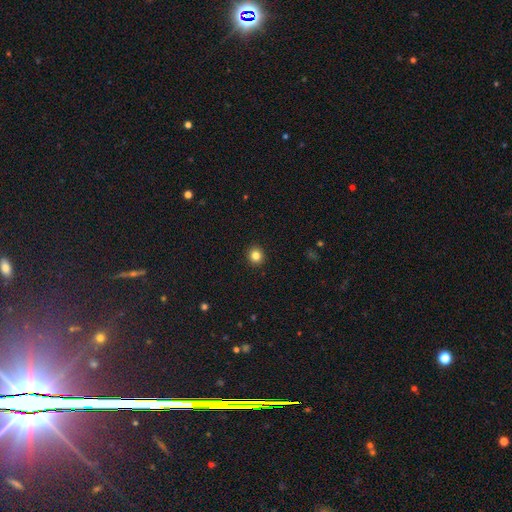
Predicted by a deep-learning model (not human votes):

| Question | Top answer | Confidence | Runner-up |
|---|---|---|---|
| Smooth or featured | smooth | 83% | star or artifact (12%) |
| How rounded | round | 90% | in between (9%) |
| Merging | none | 93% | minor disturbance (5%) |